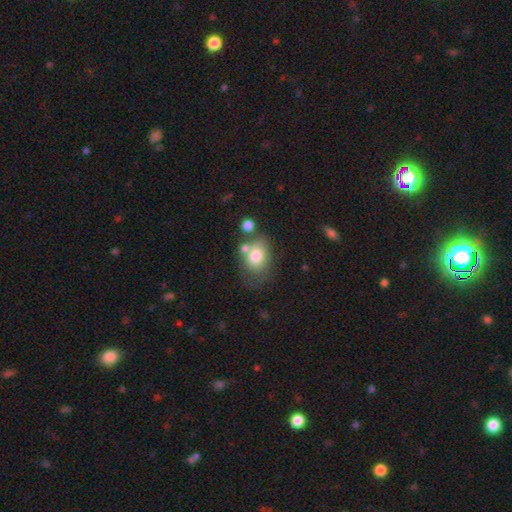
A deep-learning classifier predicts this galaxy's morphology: smooth_or_featured: smooth (p=0.74) [alt: featured or disk p=0.17]
how_rounded: in between (p=0.65) [alt: round p=0.34]
merging: none (p=0.45) [alt: minor disturbance p=0.22]